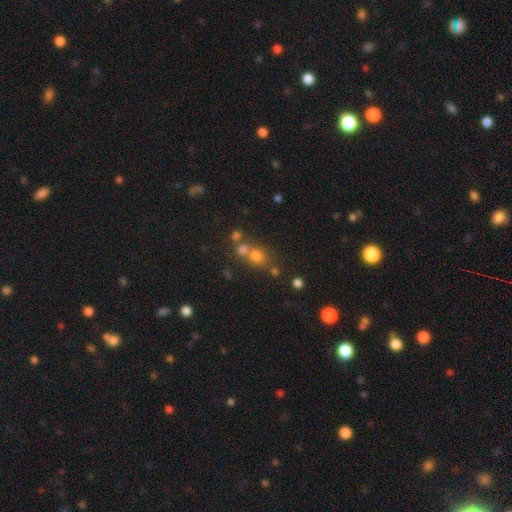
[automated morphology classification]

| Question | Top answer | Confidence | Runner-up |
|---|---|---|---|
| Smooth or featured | smooth | 67% | star or artifact (20%) |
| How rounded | round | 79% | in between (19%) |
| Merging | none | 46% | merger (41%) |